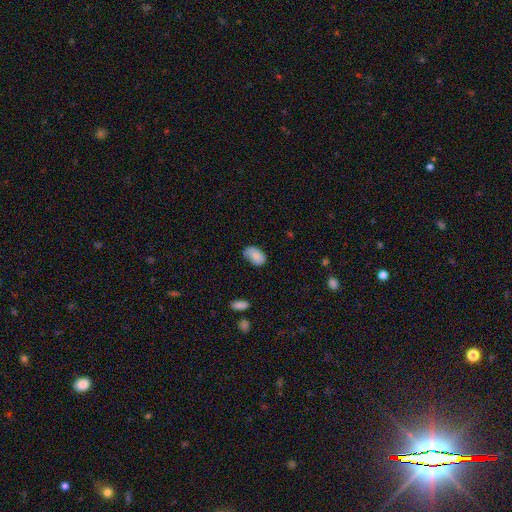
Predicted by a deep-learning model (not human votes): Smooth or featured? Predicted: smooth (p=0.83). How rounded? Predicted: in between (p=0.92). Merging? Predicted: none (p=0.64).